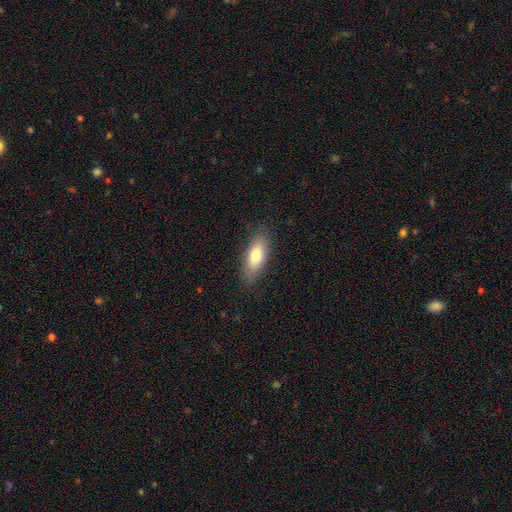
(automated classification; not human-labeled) A smooth galaxy with no disk features (76%) that is in between round and cigar-shaped (75%).

Vote fractions:
- Smooth or featured? smooth: 76% / featured or disk: 17% / star or artifact: 7%
- How rounded? in between: 75% / cigar-shaped: 23% / round: 3%
- Merging? none: 84% / minor disturbance: 12% / major disturbance: 3% / merger: 1%